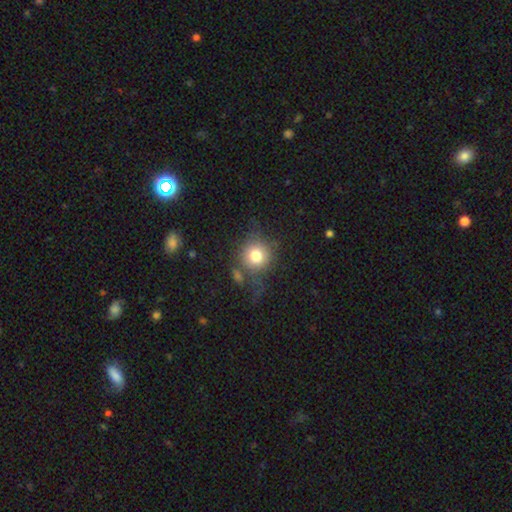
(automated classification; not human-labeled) Morphology: type=smooth (75%); roundness=round (90%); merging=none (62%).